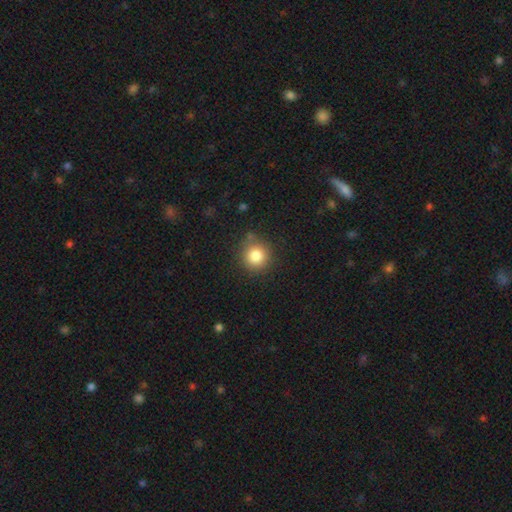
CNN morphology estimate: A smooth galaxy with no disk features (83%) that is round (93%). Merging: none (83%).